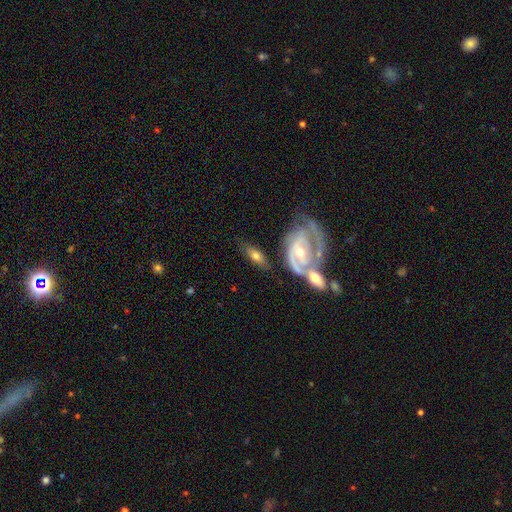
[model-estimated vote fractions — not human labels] Smooth or featured: featured or disk — 52% (smooth — 42%)
Edge-on disk: no — 86% (yes — 14%)
Merging: none — 50% (merger — 22%)